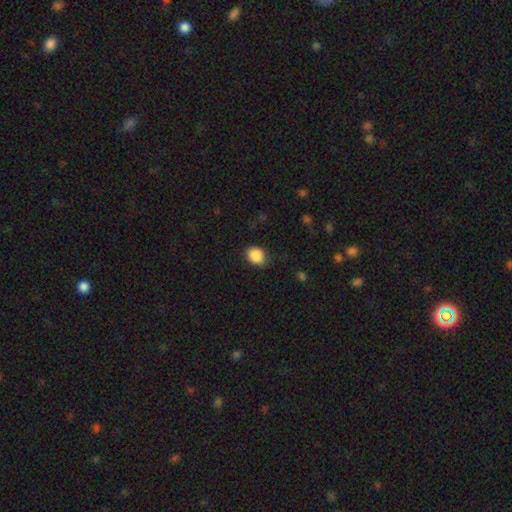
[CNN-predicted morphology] Q: Smooth or featured?
A: smooth (88%); runner-up: star or artifact (8%)
Q: How rounded?
A: round (53%); runner-up: in between (46%)
Q: Merging?
A: none (83%); runner-up: minor disturbance (13%)